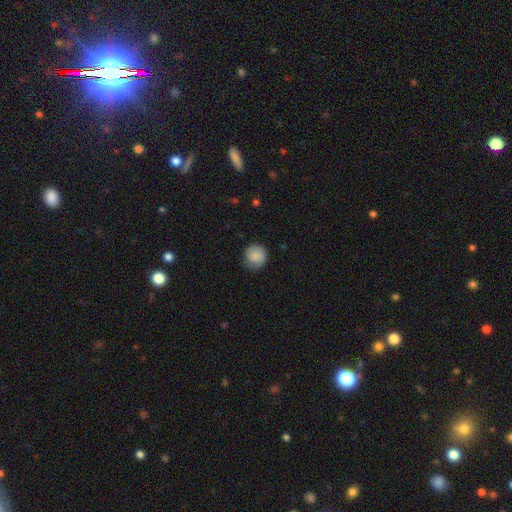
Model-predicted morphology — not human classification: A smooth galaxy with no disk features (81%) that is round (91%). Merging: none (74%).